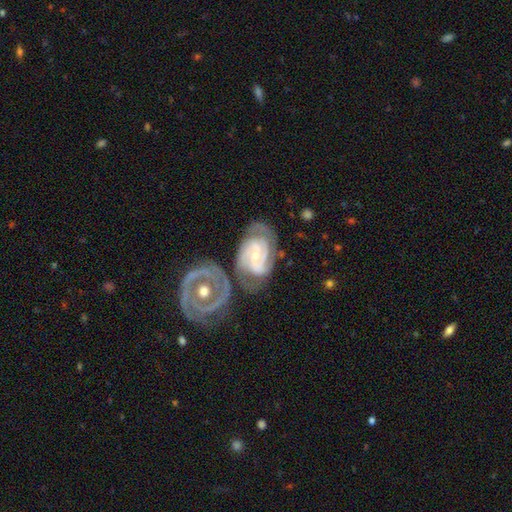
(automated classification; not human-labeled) Q: Smooth or featured?
A: featured or disk (87%); runner-up: smooth (8%)
Q: Edge-on disk?
A: no (97%); runner-up: yes (3%)
Q: Bar?
A: weak (45%); runner-up: no (32%)
Q: Spiral arms?
A: yes (97%); runner-up: no (3%)
Q: Spiral winding?
A: tight (58%); runner-up: medium (36%)
Q: Spiral arm count?
A: 2 (69%); runner-up: 3 (13%)
Q: Bulge size?
A: small (68%); runner-up: moderate (28%)
Q: Merging?
A: none (52%); runner-up: merger (21%)